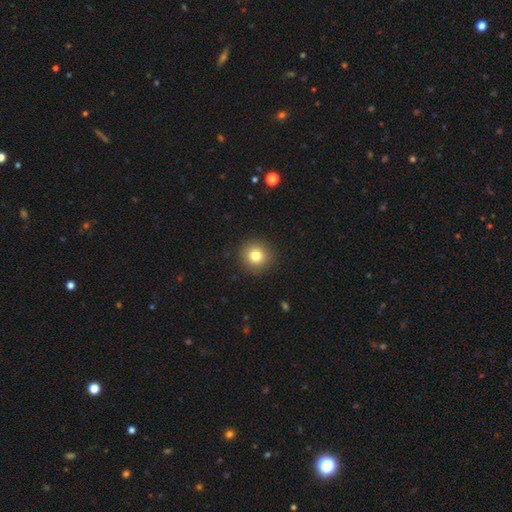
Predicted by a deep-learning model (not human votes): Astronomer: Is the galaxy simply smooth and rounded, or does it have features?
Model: smooth — 81%.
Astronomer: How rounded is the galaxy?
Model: round — 93%.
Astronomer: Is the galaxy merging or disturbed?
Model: none — 91%.